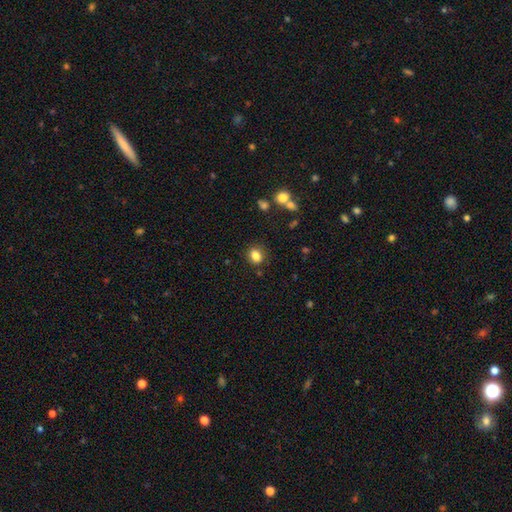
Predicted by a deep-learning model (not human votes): A smooth galaxy with no disk features (84%) that is round (50%).

Vote fractions:
- Smooth or featured? smooth: 84% / star or artifact: 10% / featured or disk: 5%
- How rounded? round: 50% / in between: 49% / cigar-shaped: 1%
- Merging? none: 82% / minor disturbance: 11% / major disturbance: 3% / merger: 3%